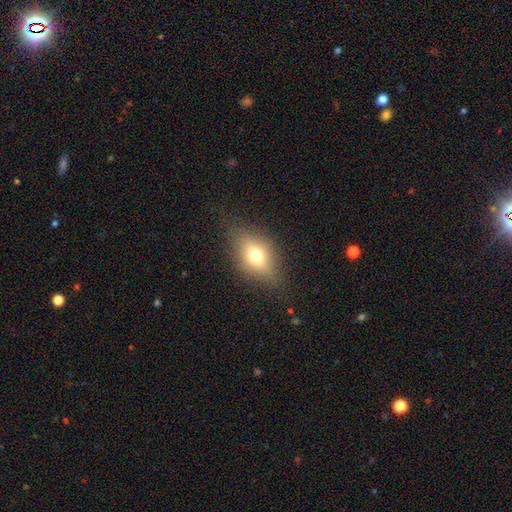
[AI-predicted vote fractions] This is likely a smooth galaxy (64%). How rounded: likely in between (76%). Merging: likely none (77%).